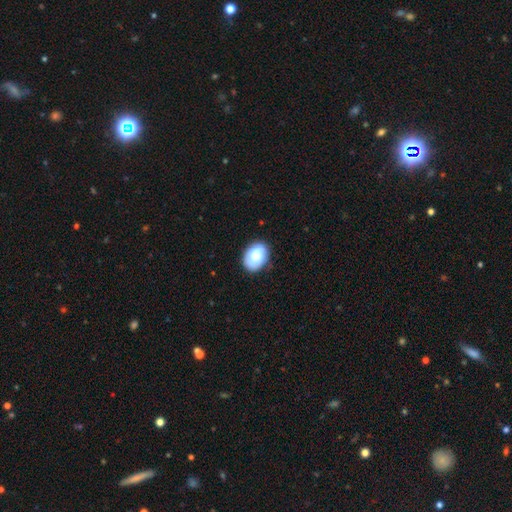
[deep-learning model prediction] This appears to be a smooth galaxy with no disk features (70%) that is in between round and cigar-shaped (71%). Merging: none (80%).